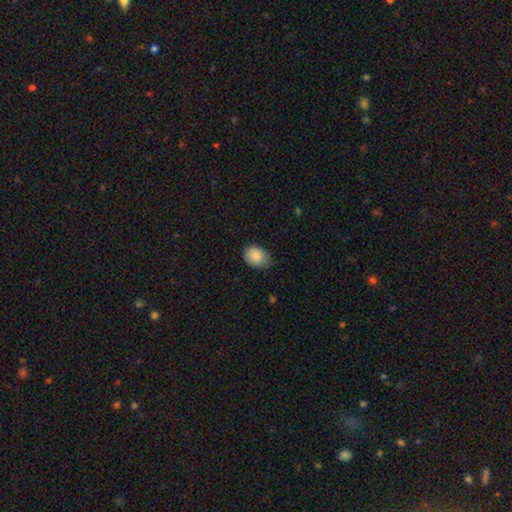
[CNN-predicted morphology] A smooth galaxy with no disk features (87%) that is in between round and cigar-shaped (61%).

Vote fractions:
- Smooth or featured? smooth: 87% / star or artifact: 8% / featured or disk: 6%
- How rounded? in between: 61% / round: 38% / cigar-shaped: 1%
- Merging? none: 70% / minor disturbance: 26% / major disturbance: 4% / merger: 1%